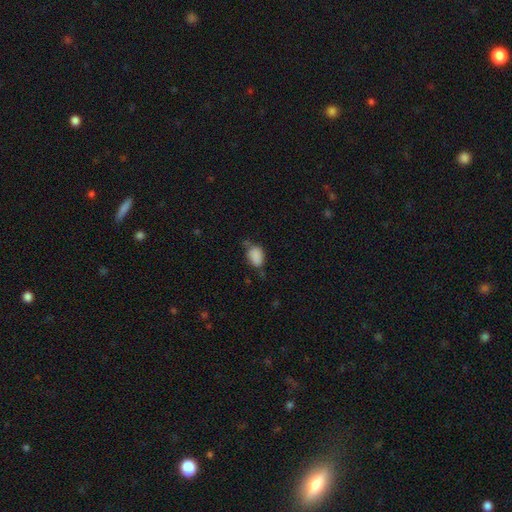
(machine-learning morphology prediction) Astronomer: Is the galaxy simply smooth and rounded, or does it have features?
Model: smooth — 84%.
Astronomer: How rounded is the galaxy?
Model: in between — 80%.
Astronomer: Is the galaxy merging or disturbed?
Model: none — 49% (runner-up: minor disturbance, 34%).